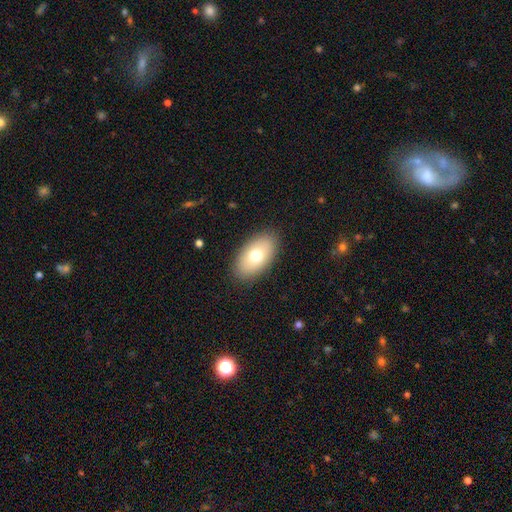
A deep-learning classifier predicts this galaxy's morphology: Smooth or featured? smooth (72%)
How rounded? in between (93%)
Merging? none (87%)